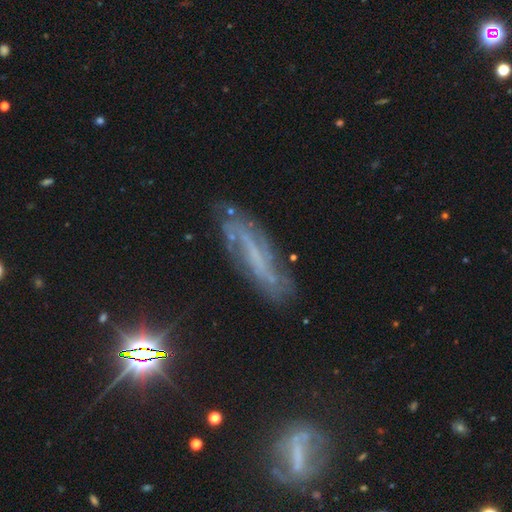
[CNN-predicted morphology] This appears to be a featured or disk galaxy (66%). Merging: none (66%).